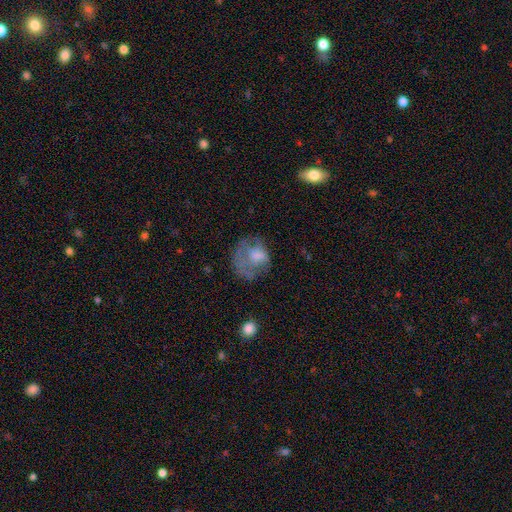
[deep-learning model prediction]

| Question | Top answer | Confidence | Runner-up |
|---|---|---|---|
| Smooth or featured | smooth | 55% | featured or disk (35%) |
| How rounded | round | 57% | in between (42%) |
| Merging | major disturbance | 38% | none (36%) |